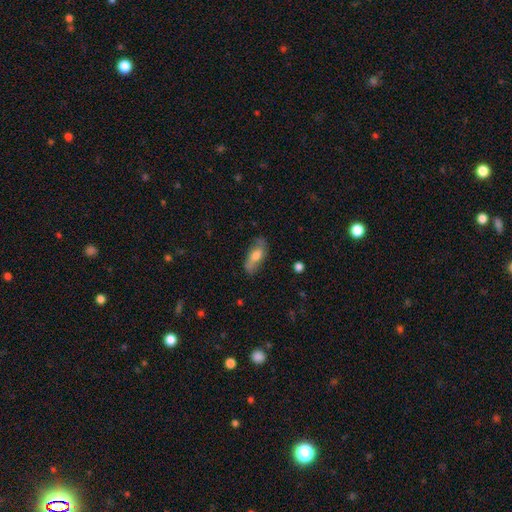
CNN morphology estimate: This appears to be a smooth galaxy with no disk features (61%) that is in between round and cigar-shaped (75%). Merging: none (74%).